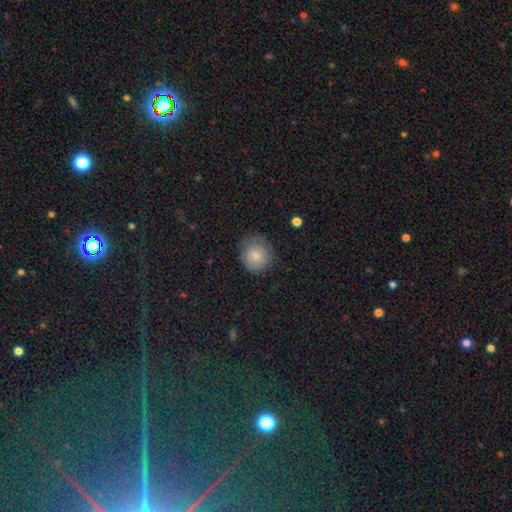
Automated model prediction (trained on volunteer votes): Smooth or featured?
  - smooth: 80% *
  - featured or disk: 11%
  - star or artifact: 9%
How rounded?
  - round: 82% *
  - in between: 17%
  - cigar-shaped: 1%
Merging?
  - none: 73% *
  - minor disturbance: 20%
  - major disturbance: 5%
  - merger: 1%